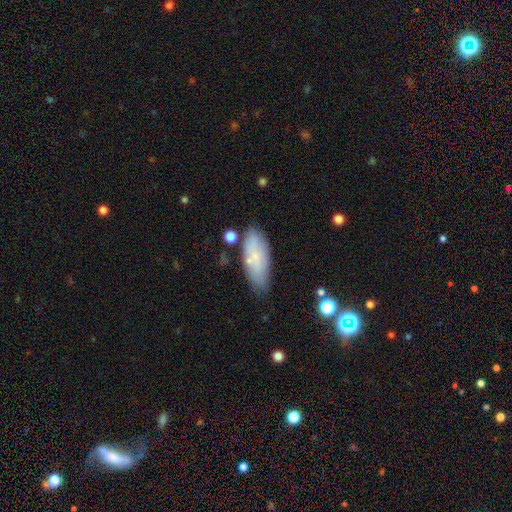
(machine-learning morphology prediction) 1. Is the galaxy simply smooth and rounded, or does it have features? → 70% smooth, 22% featured or disk, 8% star or artifact.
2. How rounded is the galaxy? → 77% in between, 21% cigar-shaped, 2% round.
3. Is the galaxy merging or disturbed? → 73% none, 19% minor disturbance, 4% major disturbance, 4% merger.